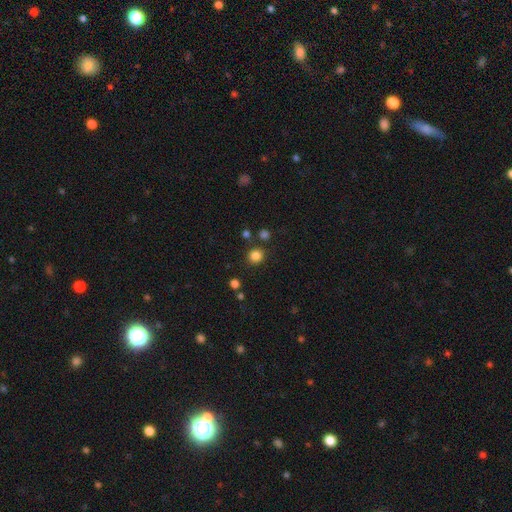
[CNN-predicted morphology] Smooth or featured: smooth — 83% (star or artifact — 13%)
How rounded: round — 86% (in between — 13%)
Merging: none — 84% (minor disturbance — 8%)